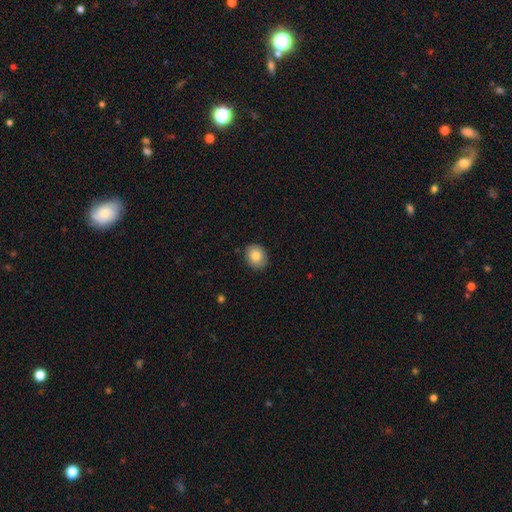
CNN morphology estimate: The model was most divided on "how rounded": round: 60%, in between: 39%, cigar-shaped: 1%. More confident: merging — none (86%); smooth or featured — smooth (84%).